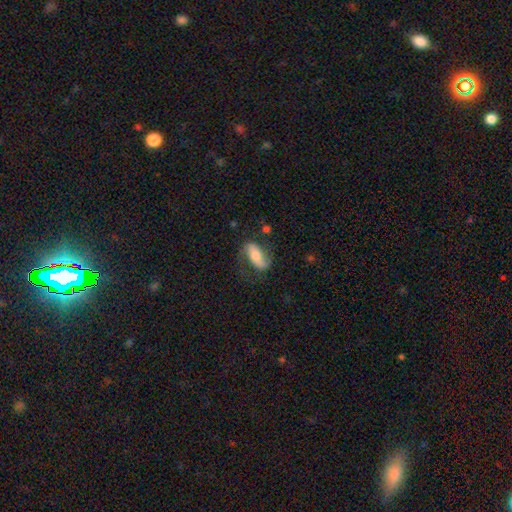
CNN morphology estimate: type=featured or disk (54%); edge-on=no (89%); merging=none (62%).